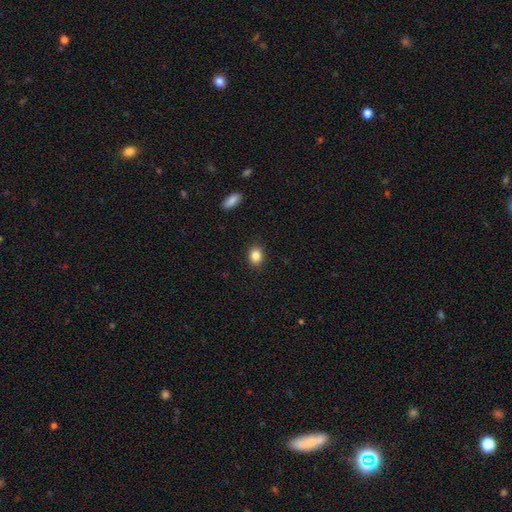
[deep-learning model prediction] Overall: smooth (85%). How rounded: in between (50%; round 49%). Merging: none (89%).